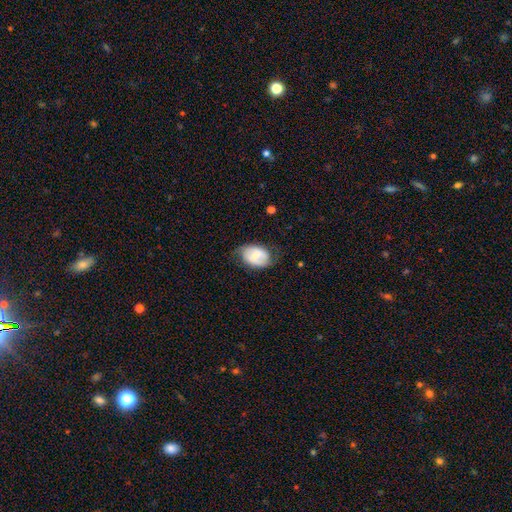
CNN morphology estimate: Smooth or featured?
  - smooth: 54% *
  - featured or disk: 39%
  - star or artifact: 7%
How rounded?
  - in between: 80% *
  - round: 19%
  - cigar-shaped: 1%
Merging?
  - none: 63% *
  - minor disturbance: 26%
  - major disturbance: 9%
  - merger: 1%